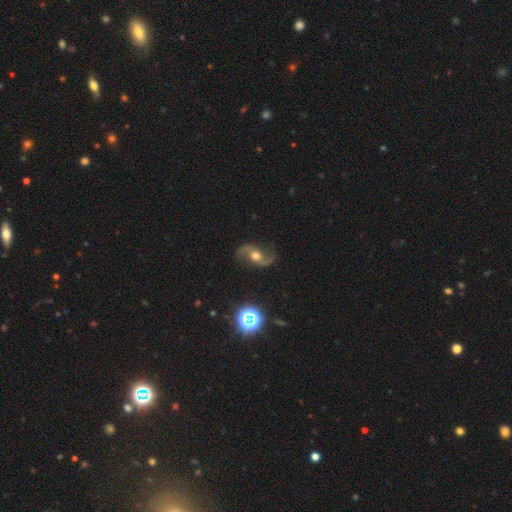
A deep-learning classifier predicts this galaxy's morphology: Smooth or featured?
  - featured or disk: 85% *
  - star or artifact: 8%
  - smooth: 7%
Edge-on disk?
  - no: 96% *
  - yes: 4%
Bar?
  - no: 53% *
  - weak: 32%
  - strong: 15%
Spiral arms?
  - yes: 96% *
  - no: 4%
Spiral winding?
  - loose: 76% *
  - medium: 20%
  - tight: 4%
Spiral arm count?
  - 2: 94% *
  - can't tell: 2%
  - 1: 1%
  - 3: 1%
  - 4: 1%
  - more than 4: 1%
Bulge size?
  - moderate: 72% *
  - small: 13%
  - large: 12%
  - dominant: 2%
  - none: 2%
Merging?
  - none: 80% *
  - minor disturbance: 13%
  - major disturbance: 6%
  - merger: 2%